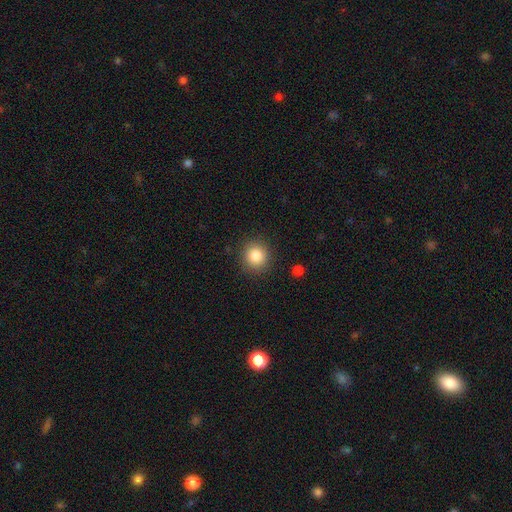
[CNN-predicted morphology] smooth_or_featured: smooth (p=0.85) [alt: star or artifact p=0.10]
how_rounded: round (p=0.91) [alt: in between p=0.08]
merging: none (p=0.89) [alt: minor disturbance p=0.07]